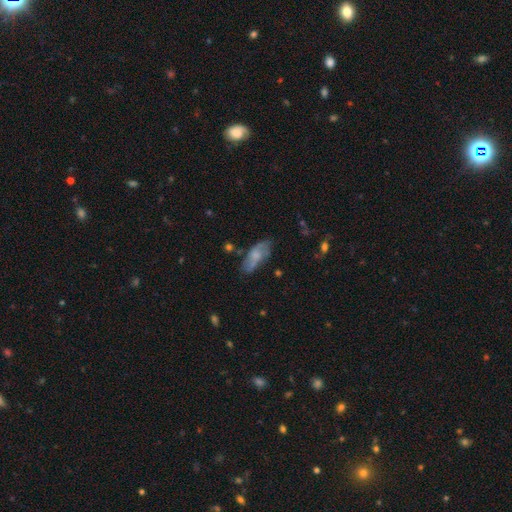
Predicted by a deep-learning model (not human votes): Smooth or featured?
  - smooth: 56% *
  - featured or disk: 37%
  - star or artifact: 7%
How rounded?
  - in between: 78% *
  - cigar-shaped: 20%
  - round: 3%
Merging?
  - none: 64% *
  - minor disturbance: 24%
  - major disturbance: 9%
  - merger: 3%